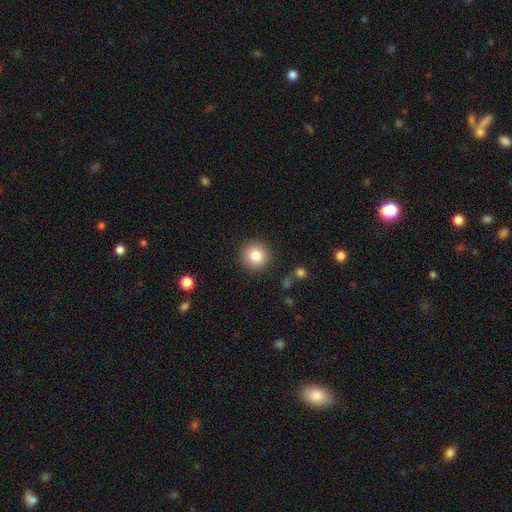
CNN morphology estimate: A smooth galaxy with no disk features (82%) that is round (95%). Merging: none (90%).